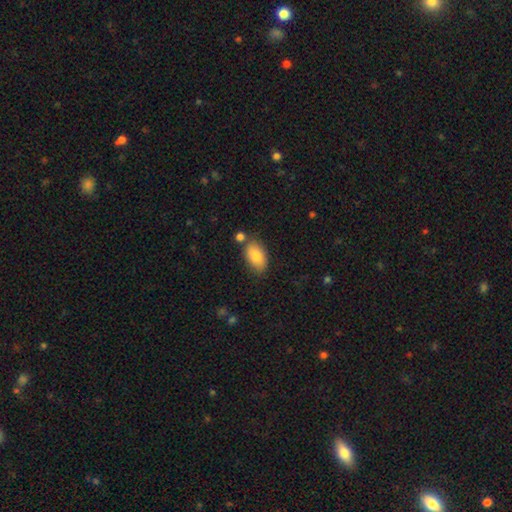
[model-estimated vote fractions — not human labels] Smooth or featured: smooth — 83% (featured or disk — 10%)
How rounded: in between — 93% (round — 5%)
Merging: none — 73% (minor disturbance — 15%)